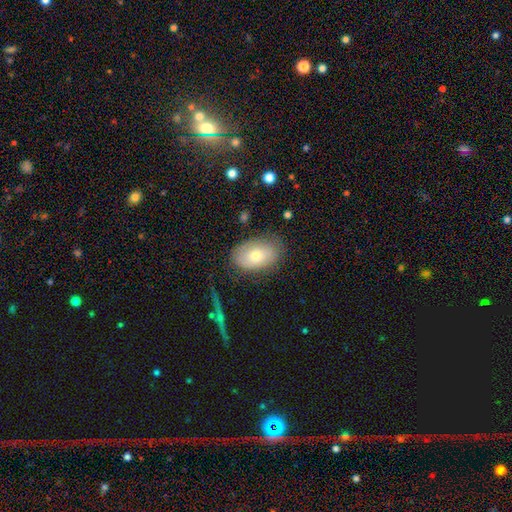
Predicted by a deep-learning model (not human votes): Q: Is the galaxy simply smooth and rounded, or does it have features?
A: smooth — 68%.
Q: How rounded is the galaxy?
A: in between — 87%.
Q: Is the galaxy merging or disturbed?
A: none — 76%.